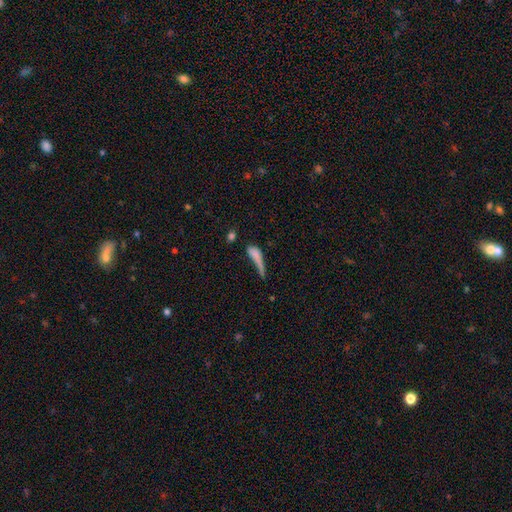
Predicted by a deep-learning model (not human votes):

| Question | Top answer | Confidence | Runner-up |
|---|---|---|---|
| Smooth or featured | smooth | 68% | featured or disk (22%) |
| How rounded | cigar-shaped | 60% | in between (35%) |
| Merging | major disturbance | 37% | none (26%) |